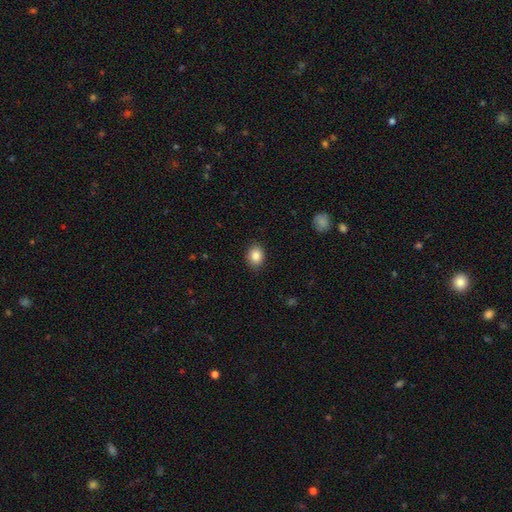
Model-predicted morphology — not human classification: smooth-or-featured: smooth: 85% | star or artifact: 9% | featured or disk: 6%
  how-rounded: in between: 53% | round: 46% | cigar-shaped: 1%
  merging: none: 88% | minor disturbance: 9% | major disturbance: 2% | merger: 1%